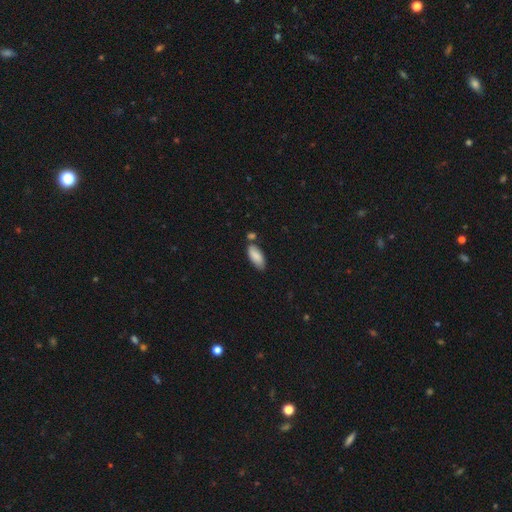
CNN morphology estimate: smooth 86%, featured or disk 7%, star or artifact 7%. Down the decision tree: how rounded — in between (86%); merging — none (65%).